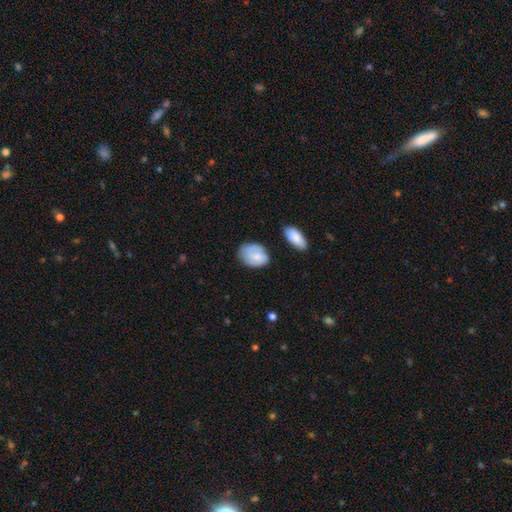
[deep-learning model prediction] Smooth or featured? Predicted: smooth (p=0.70). How rounded? Predicted: in between (p=0.73). Merging? Predicted: none (p=0.62).